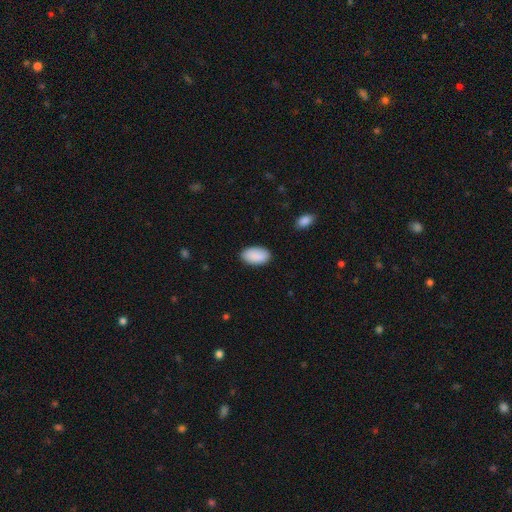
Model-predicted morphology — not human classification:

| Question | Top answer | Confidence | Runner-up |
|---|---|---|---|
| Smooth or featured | smooth | 91% | star or artifact (6%) |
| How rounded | in between | 95% | round (3%) |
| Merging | none | 87% | minor disturbance (9%) |